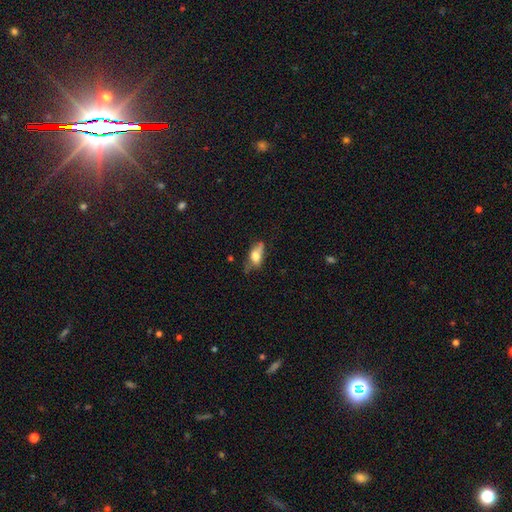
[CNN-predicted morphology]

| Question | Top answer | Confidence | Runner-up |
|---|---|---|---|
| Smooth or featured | smooth | 63% | featured or disk (28%) |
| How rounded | in between | 80% | cigar-shaped (12%) |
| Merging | none | 41% | minor disturbance (33%) |